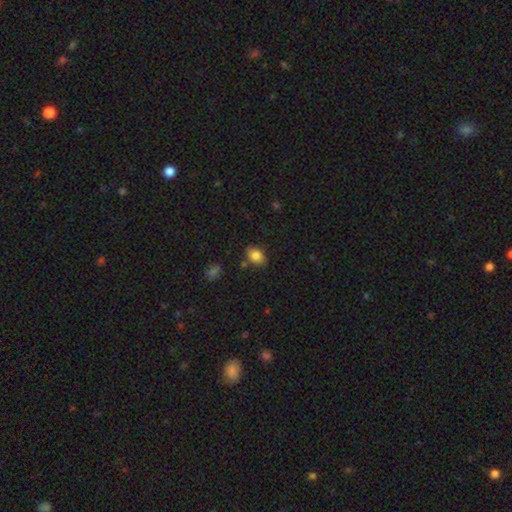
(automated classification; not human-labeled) This is clearly a smooth galaxy (83%). How rounded: likely in between (76%). Merging: clearly none (80%).